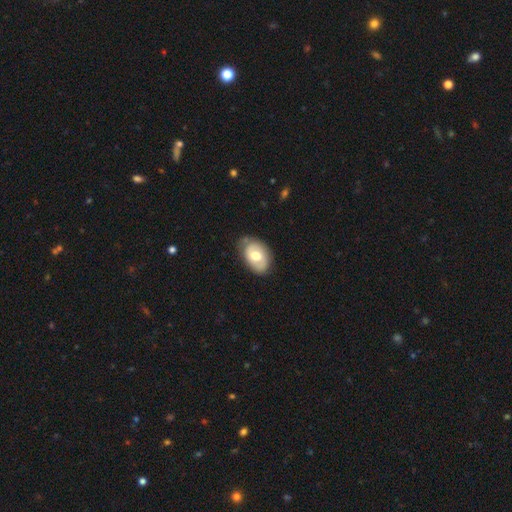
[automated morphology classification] smooth-or-featured: smooth: 57% | featured or disk: 37% | star or artifact: 6%
  how-rounded: in between: 85% | round: 14% | cigar-shaped: 1%
  merging: none: 70% | minor disturbance: 23% | major disturbance: 5% | merger: 2%